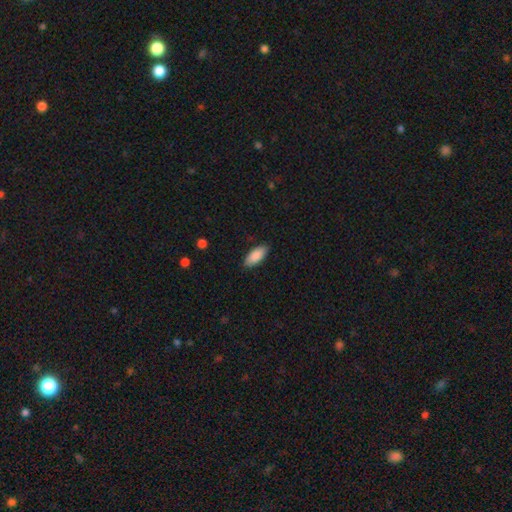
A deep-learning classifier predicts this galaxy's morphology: Smooth or featured?
  - smooth: 88% *
  - star or artifact: 6%
  - featured or disk: 6%
How rounded?
  - in between: 87% *
  - cigar-shaped: 11%
  - round: 2%
Merging?
  - none: 87% *
  - minor disturbance: 10%
  - major disturbance: 2%
  - merger: 1%